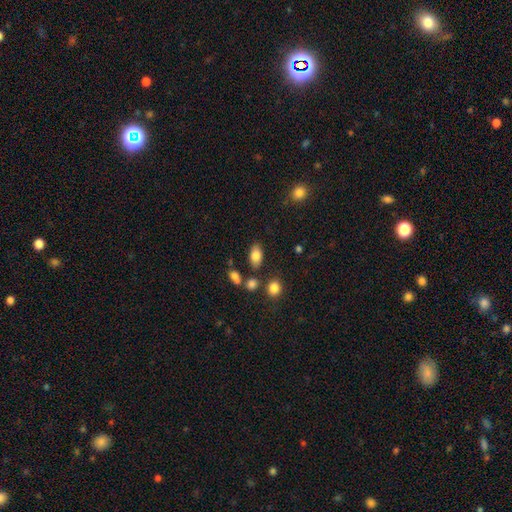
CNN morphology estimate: smooth_or_featured: smooth (p=0.82) [alt: star or artifact p=0.09]
how_rounded: in between (p=0.90) [alt: round p=0.07]
merging: none (p=0.79) [alt: minor disturbance p=0.11]